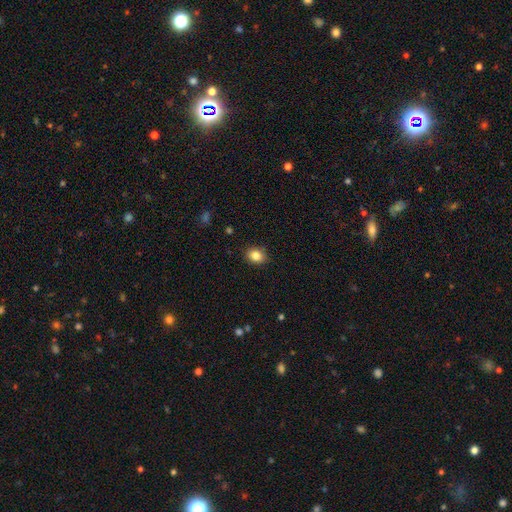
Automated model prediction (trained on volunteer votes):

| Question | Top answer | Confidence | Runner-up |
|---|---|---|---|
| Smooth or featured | smooth | 84% | star or artifact (10%) |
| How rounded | round | 50% | in between (49%) |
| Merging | none | 87% | minor disturbance (9%) |